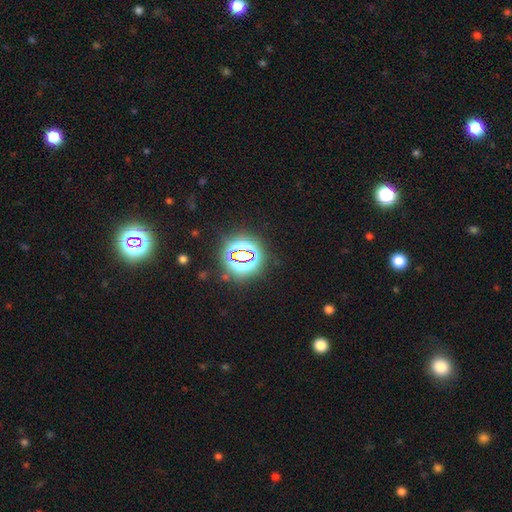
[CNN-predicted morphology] Q: Smooth or featured?
A: star or artifact (76%); runner-up: smooth (15%)